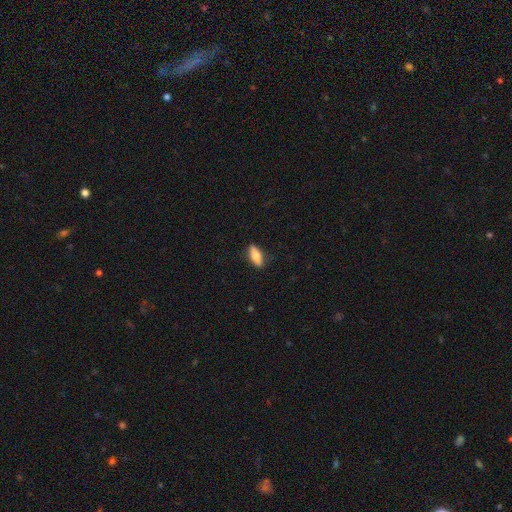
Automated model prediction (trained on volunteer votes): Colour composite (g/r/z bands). It shows a smooth galaxy with no disk features (75%) that is in between round and cigar-shaped (66%). Merging: none (84%).